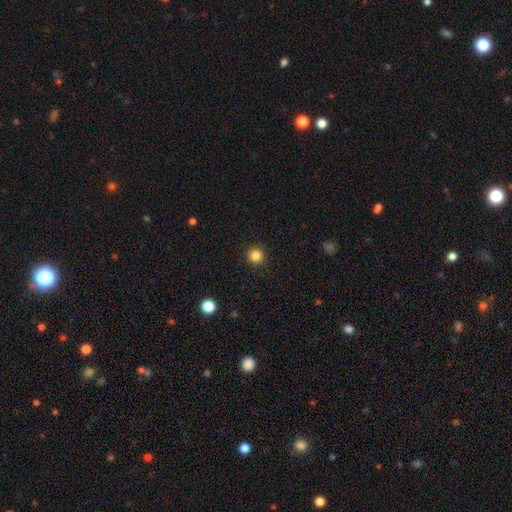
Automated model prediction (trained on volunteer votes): Q: Smooth or featured?
A: smooth (84%); runner-up: star or artifact (12%)
Q: How rounded?
A: round (95%); runner-up: in between (4%)
Q: Merging?
A: none (92%); runner-up: minor disturbance (5%)